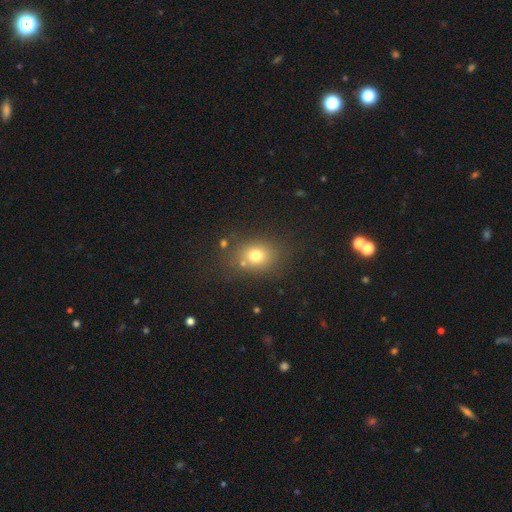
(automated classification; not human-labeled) A smooth galaxy with no disk features (73%) that is round (52%).

Vote fractions:
- Smooth or featured? smooth: 73% / star or artifact: 16% / featured or disk: 11%
- How rounded? round: 52% / in between: 47% / cigar-shaped: 1%
- Merging? none: 76% / minor disturbance: 12% / merger: 6% / major disturbance: 5%